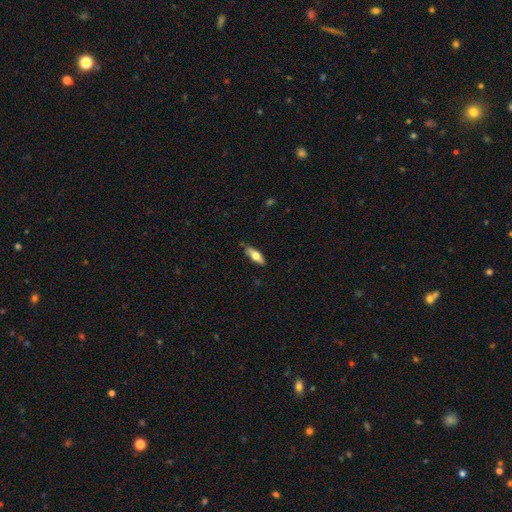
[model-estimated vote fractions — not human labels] Smooth or featured: smooth — 63% (featured or disk — 31%)
How rounded: in between — 67% (cigar-shaped — 31%)
Merging: none — 83% (minor disturbance — 13%)